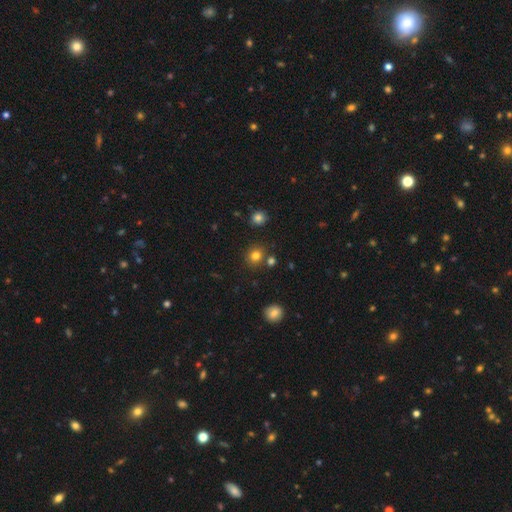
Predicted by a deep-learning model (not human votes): This appears to be a smooth galaxy with no disk features (79%) that is round (84%). Merging: none (81%).